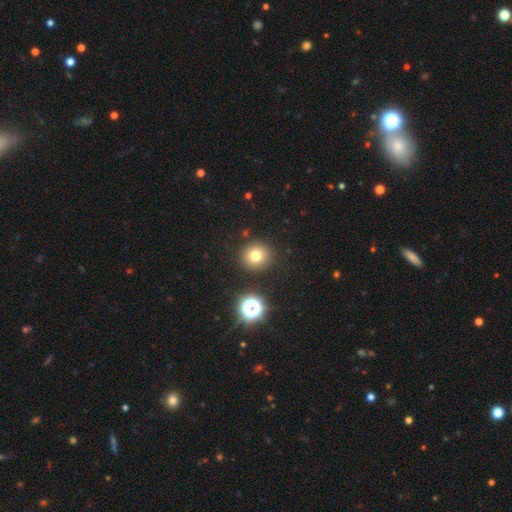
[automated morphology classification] A smooth galaxy with no disk features (75%) that is round (94%).

Vote fractions:
- Smooth or featured? smooth: 75% / star or artifact: 16% / featured or disk: 9%
- How rounded? round: 94% / in between: 5% / cigar-shaped: 1%
- Merging? none: 89% / minor disturbance: 6% / merger: 3% / major disturbance: 2%